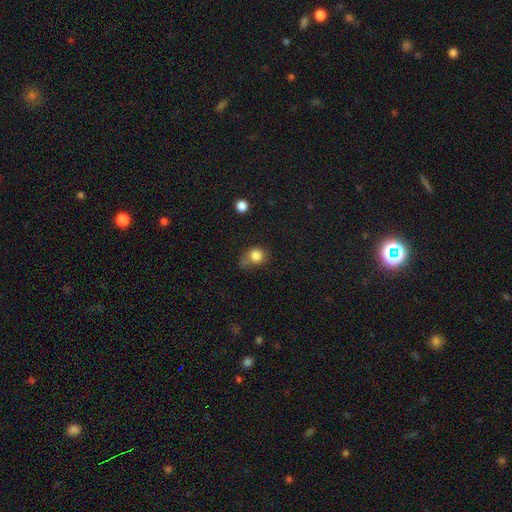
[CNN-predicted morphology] smooth_or_featured: smooth (p=0.82) [alt: star or artifact p=0.11]
how_rounded: round (p=0.75) [alt: in between p=0.24]
merging: none (p=0.46) [alt: minor disturbance p=0.30]